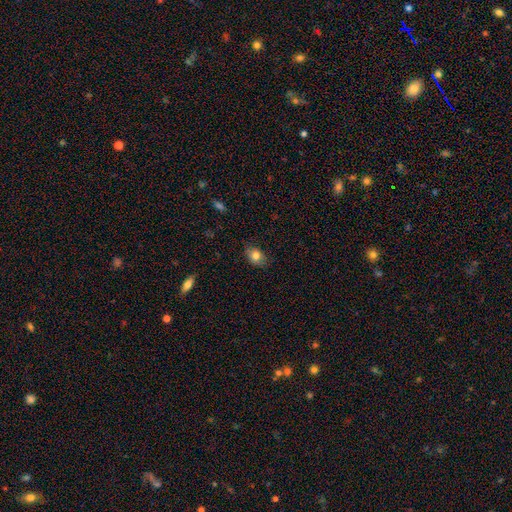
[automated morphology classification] Smooth or featured: smooth — 80% (featured or disk — 10%)
How rounded: in between — 63% (round — 35%)
Merging: none — 75% (minor disturbance — 20%)